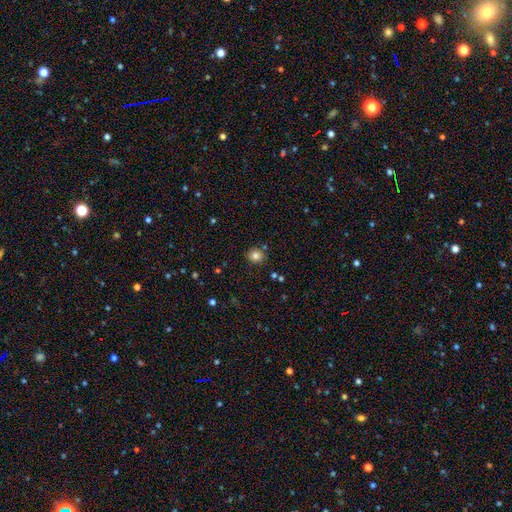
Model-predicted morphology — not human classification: Overall: smooth (82%). How rounded: round (81%). Merging: none (85%).